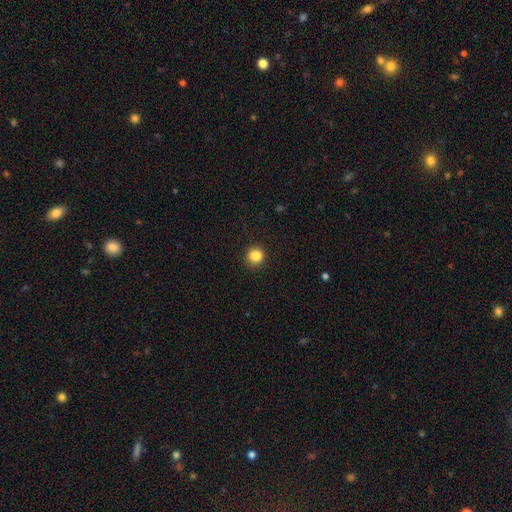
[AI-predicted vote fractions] smooth-or-featured: smooth: 86% | star or artifact: 11% | featured or disk: 3%
  how-rounded: round: 80% | in between: 19% | cigar-shaped: 1%
  merging: none: 83% | minor disturbance: 12% | major disturbance: 3% | merger: 2%